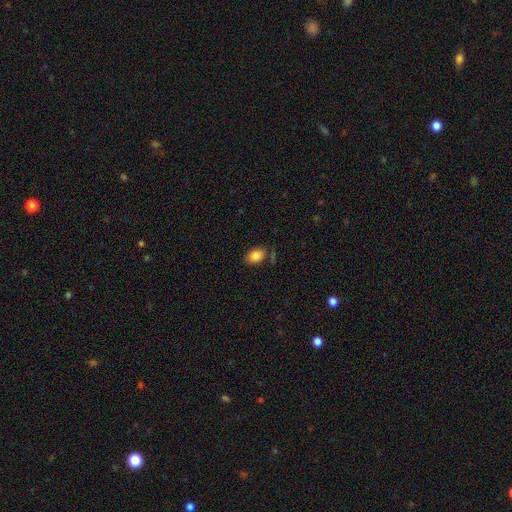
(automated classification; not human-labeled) smooth 85%, star or artifact 8%, featured or disk 7%. Down the decision tree: how rounded — in between (81%); merging — none (74%).